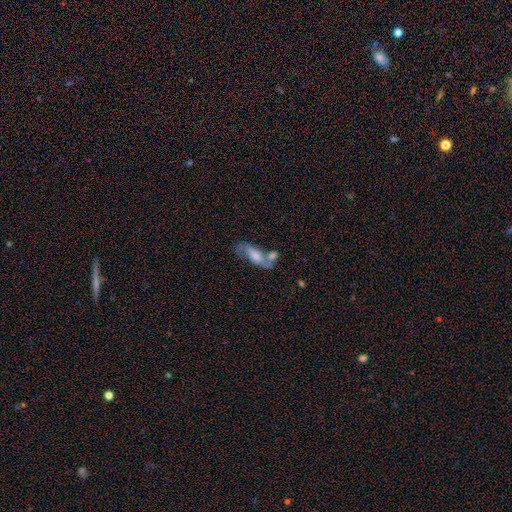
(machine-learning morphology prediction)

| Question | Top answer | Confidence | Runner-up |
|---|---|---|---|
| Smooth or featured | featured or disk | 61% | smooth (31%) |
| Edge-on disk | no | 87% | yes (13%) |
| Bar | no | 52% | weak (34%) |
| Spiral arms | yes | 82% | no (18%) |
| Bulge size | large | 30% | moderate (28%) |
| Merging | merger | 36% | none (33%) |